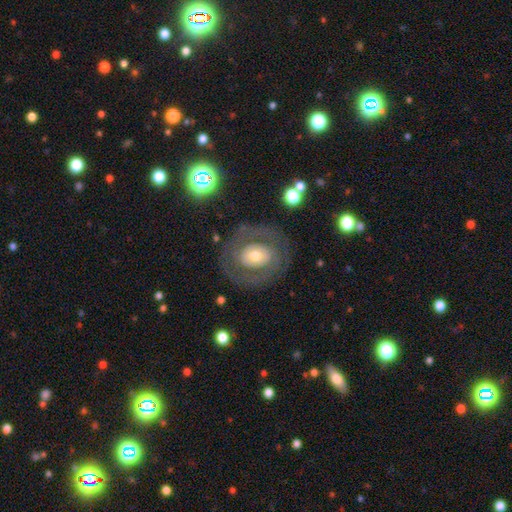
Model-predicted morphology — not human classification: Smooth or featured?
  - featured or disk: 59% *
  - smooth: 34%
  - star or artifact: 6%
Edge-on disk?
  - no: 95% *
  - yes: 5%
Bar?
  - no: 77% *
  - weak: 17%
  - strong: 7%
Spiral arms?
  - no: 64% *
  - yes: 36%
Bulge size?
  - moderate: 58% *
  - small: 22%
  - large: 16%
  - dominant: 2%
  - none: 1%
Merging?
  - none: 77% *
  - minor disturbance: 12%
  - major disturbance: 10%
  - merger: 2%